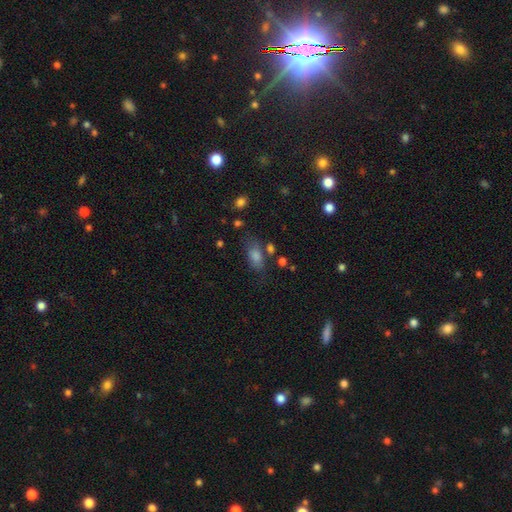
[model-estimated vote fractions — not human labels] smooth_or_featured: smooth (p=0.68) [alt: star or artifact p=0.18]
how_rounded: in between (p=0.81) [alt: cigar-shaped p=0.10]
merging: none (p=0.67) [alt: minor disturbance p=0.18]